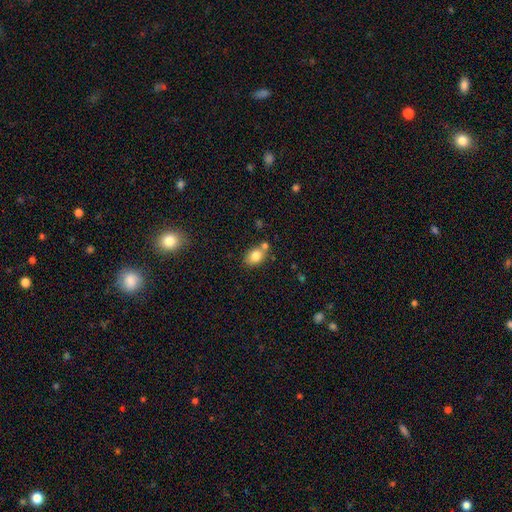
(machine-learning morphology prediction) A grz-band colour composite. It shows a smooth galaxy with no disk features (81%) that is in between round and cigar-shaped (76%). Merging: none (63%).